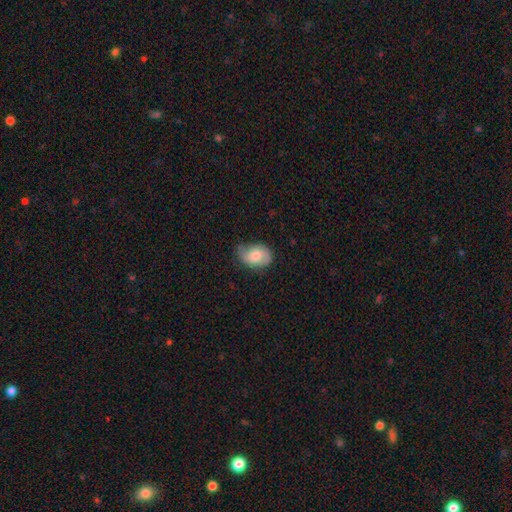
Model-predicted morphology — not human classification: A smooth galaxy with no disk features (65%) that is in between round and cigar-shaped (77%).

Vote fractions:
- Smooth or featured? smooth: 65% / featured or disk: 28% / star or artifact: 7%
- How rounded? in between: 77% / round: 22% / cigar-shaped: 1%
- Merging? none: 61% / minor disturbance: 31% / major disturbance: 7% / merger: 1%